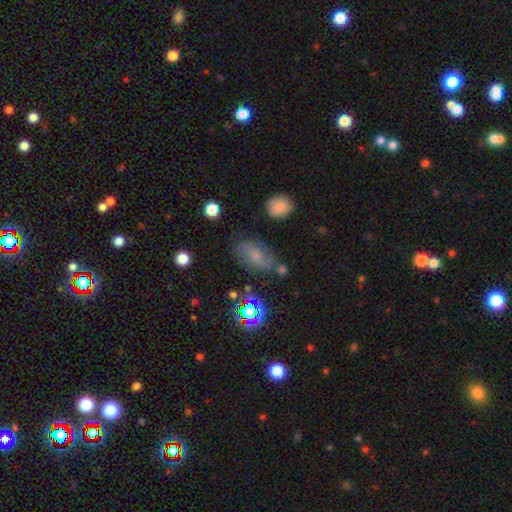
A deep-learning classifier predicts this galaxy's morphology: This appears to be a smooth galaxy with no disk features (56%) that is in between round and cigar-shaped (85%). Merging: none (64%).